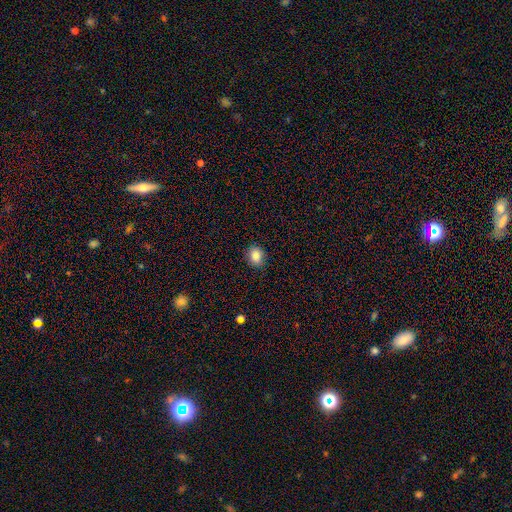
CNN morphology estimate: Smooth or featured?
  - smooth: 86% *
  - star or artifact: 10%
  - featured or disk: 5%
How rounded?
  - round: 53% *
  - in between: 46%
  - cigar-shaped: 1%
Merging?
  - none: 87% *
  - minor disturbance: 10%
  - major disturbance: 2%
  - merger: 1%